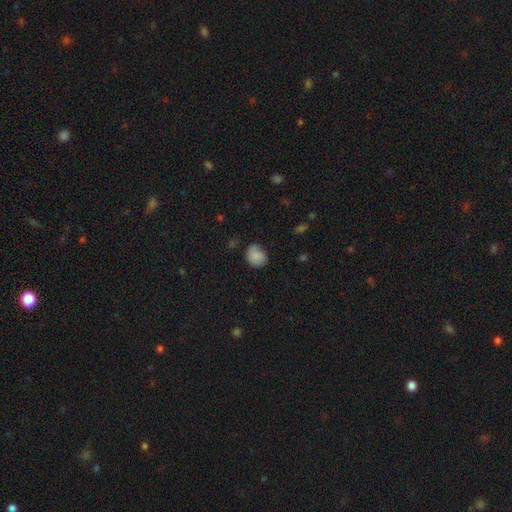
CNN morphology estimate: type=smooth (82%); roundness=round (59%); merging=none (63%).